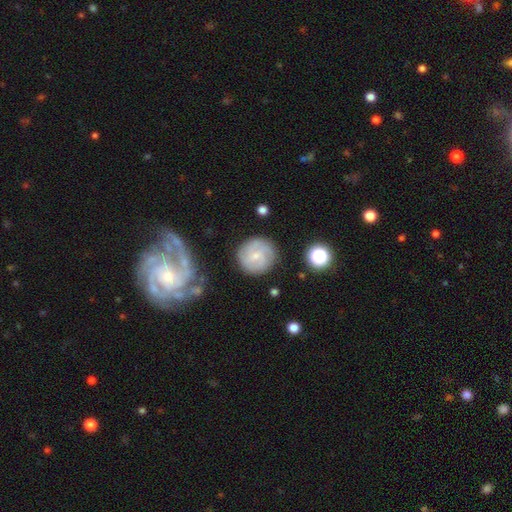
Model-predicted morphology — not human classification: A featured or disk galaxy (61%) with no bar (53%), tight (55%) spiral arms (91%) and a small central bulge (69%).

Vote fractions:
- Smooth or featured? featured or disk: 61% / smooth: 31% / star or artifact: 8%
- Edge-on disk? no: 98% / yes: 2%
- Bar? no: 53% / weak: 41% / strong: 6%
- Spiral arms? yes: 91% / no: 9%
- Spiral winding? tight: 55% / medium: 35% / loose: 10%
- Spiral arm count? can't tell: 31% / 3: 26% / 2: 21% / 4: 12% / 1: 5% / more than 4: 5%
- Bulge size? small: 69% / moderate: 23% / none: 6% / large: 1% / dominant: 1%
- Merging? none: 81% / minor disturbance: 12% / major disturbance: 4% / merger: 2%